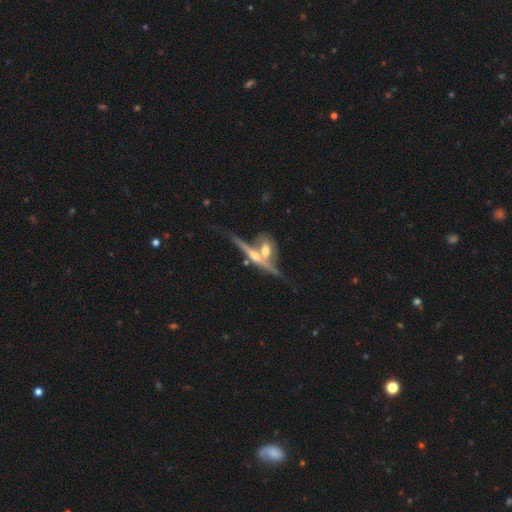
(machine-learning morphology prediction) type=featured or disk (74%); edge-on=yes (87%); edge-on bulge=rounded (79%); merging=merger (45%).